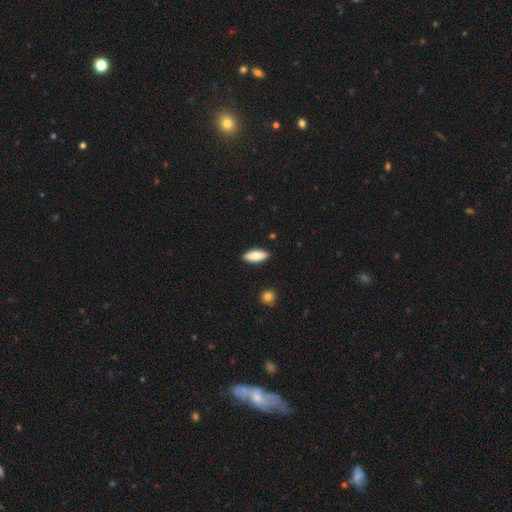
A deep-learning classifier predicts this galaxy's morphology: A smooth galaxy with no disk features (78%) that is in between round and cigar-shaped (74%).

Vote fractions:
- Smooth or featured? smooth: 78% / featured or disk: 17% / star or artifact: 6%
- How rounded? in between: 74% / cigar-shaped: 23% / round: 2%
- Merging? none: 90% / minor disturbance: 7% / major disturbance: 2% / merger: 1%